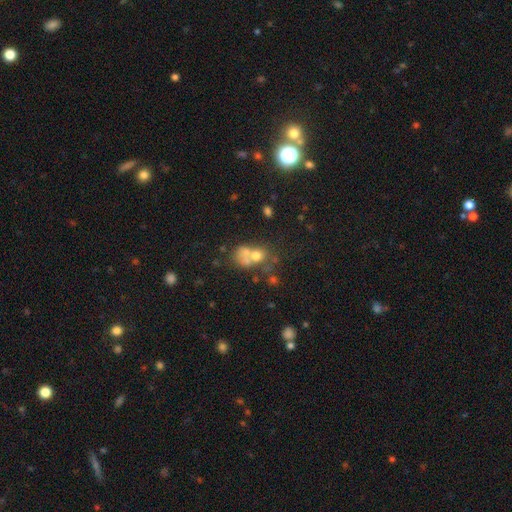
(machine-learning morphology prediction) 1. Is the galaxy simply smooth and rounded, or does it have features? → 52% smooth, 26% featured or disk, 22% star or artifact.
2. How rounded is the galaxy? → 64% round, 35% in between, 1% cigar-shaped.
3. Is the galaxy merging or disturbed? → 54% merger, 29% none, 9% minor disturbance, 8% major disturbance.